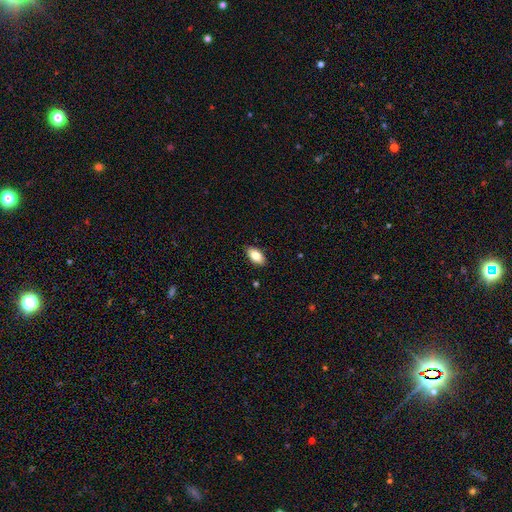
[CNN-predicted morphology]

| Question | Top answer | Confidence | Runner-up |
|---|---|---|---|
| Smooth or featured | smooth | 82% | featured or disk (11%) |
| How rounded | in between | 92% | cigar-shaped (5%) |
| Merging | none | 88% | minor disturbance (9%) |